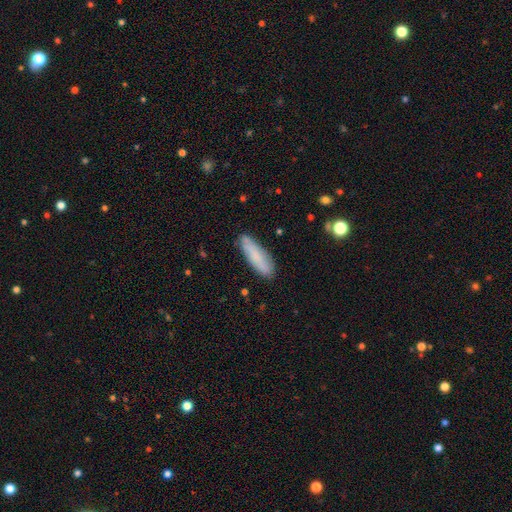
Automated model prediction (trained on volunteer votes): smooth_or_featured: smooth (p=0.78) [alt: featured or disk p=0.15]
how_rounded: cigar-shaped (p=0.62) [alt: in between p=0.36]
merging: none (p=0.84) [alt: minor disturbance p=0.12]